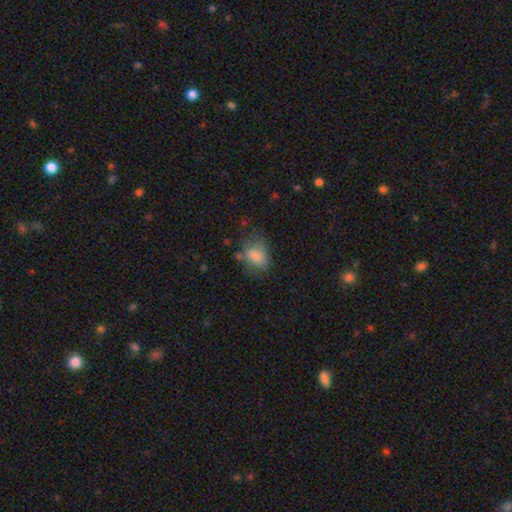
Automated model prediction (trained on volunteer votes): A smooth galaxy with no disk features (75%) that is in between round and cigar-shaped (74%).

Vote fractions:
- Smooth or featured? smooth: 75% / featured or disk: 15% / star or artifact: 10%
- How rounded? in between: 74% / round: 24% / cigar-shaped: 2%
- Merging? none: 46% / minor disturbance: 29% / major disturbance: 20% / merger: 5%